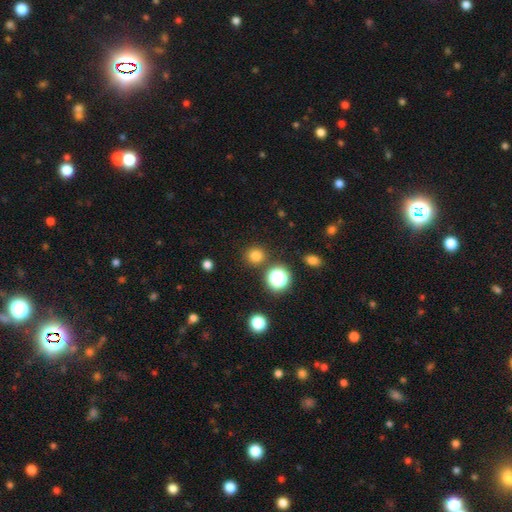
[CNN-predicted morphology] Smooth or featured? Predicted: smooth (p=0.76). How rounded? Predicted: round (p=0.92). Merging? Predicted: none (p=0.87).